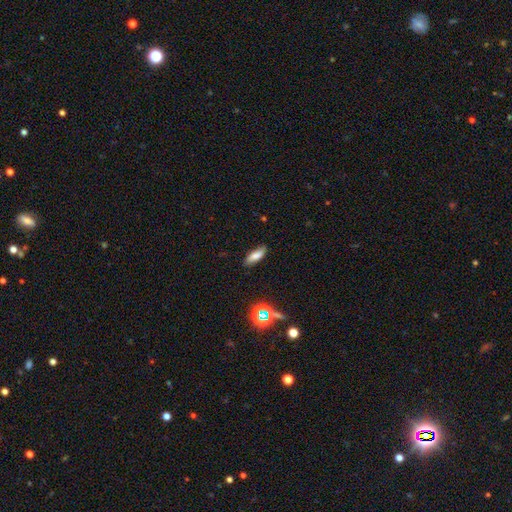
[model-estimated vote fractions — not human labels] Morphology: type=smooth (75%); roundness=in between (61%); merging=none (82%).